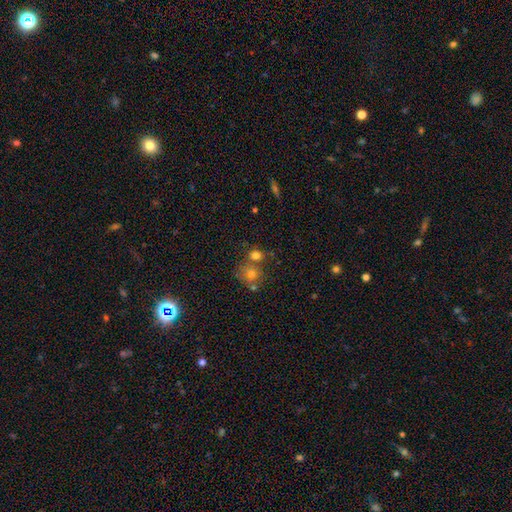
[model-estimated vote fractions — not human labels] This appears to be a smooth galaxy with no disk features (74%) that is round (80%). Merging: none (50%).